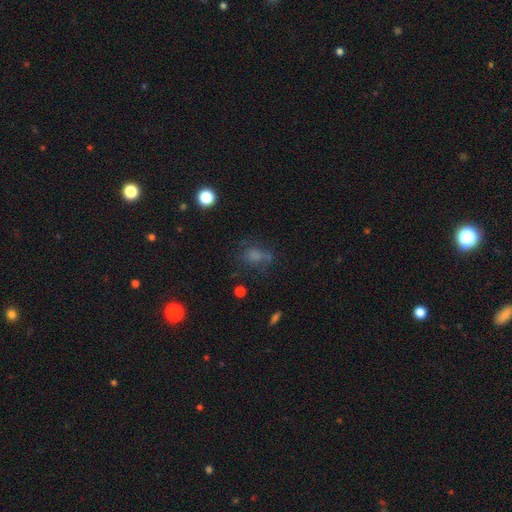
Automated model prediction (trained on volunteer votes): Smooth or featured? Predicted: smooth (p=0.57). How rounded? Predicted: in between (p=0.61). Merging? Predicted: none (p=0.51).